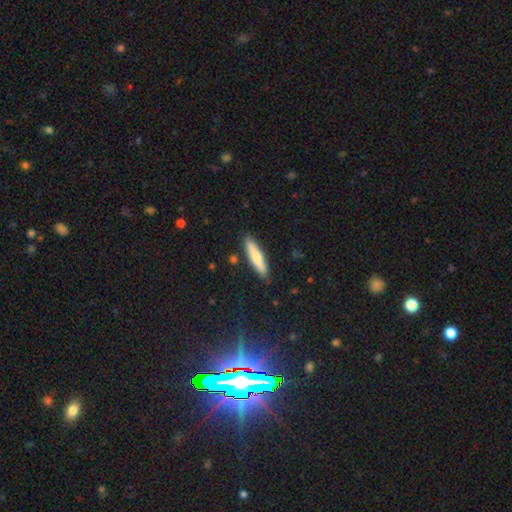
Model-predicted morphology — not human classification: A smooth galaxy with no disk features (69%) that is cigar-shaped (83%). Merging: none (87%).